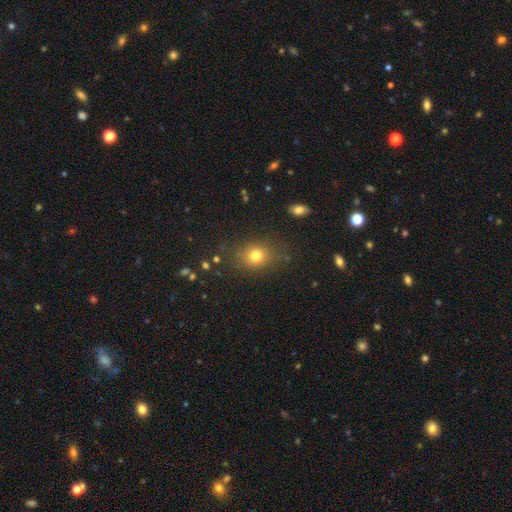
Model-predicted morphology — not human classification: smooth-or-featured: smooth: 77% | star or artifact: 15% | featured or disk: 8%
  how-rounded: round: 64% | in between: 35% | cigar-shaped: 1%
  merging: none: 80% | minor disturbance: 13% | major disturbance: 5% | merger: 2%